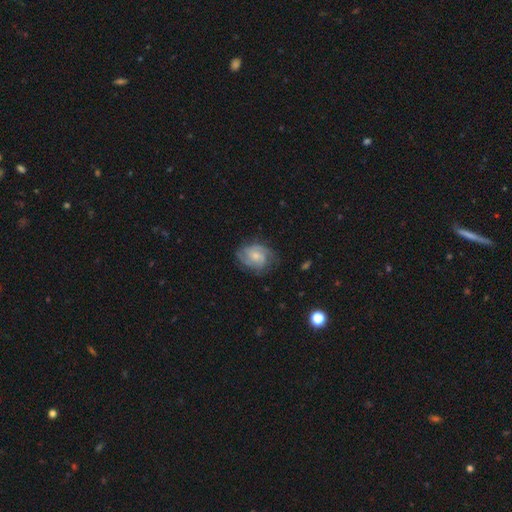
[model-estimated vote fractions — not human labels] A featured or disk galaxy (74%) with no bar (66%), 2 (33%) tight (50%) spiral arms (93%) and a small central bulge (53%).

Vote fractions:
- Smooth or featured? featured or disk: 74% / smooth: 20% / star or artifact: 7%
- Edge-on disk? no: 98% / yes: 2%
- Bar? no: 66% / weak: 30% / strong: 4%
- Spiral arms? yes: 93% / no: 7%
- Spiral winding? tight: 50% / medium: 39% / loose: 11%
- Spiral arm count? 2: 33% / can't tell: 26% / 3: 25% / 4: 6% / 1: 5% / more than 4: 4%
- Bulge size? small: 53% / moderate: 37% / none: 6% / large: 3% / dominant: 1%
- Merging? none: 70% / minor disturbance: 20% / major disturbance: 8% / merger: 1%